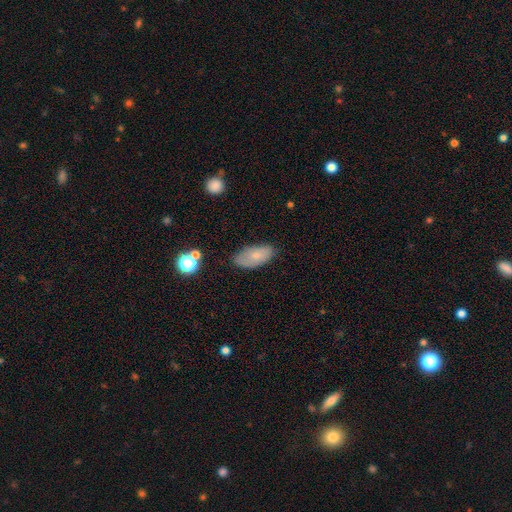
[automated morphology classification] A smooth galaxy with no disk features (70%) that is in between round and cigar-shaped (91%).

Vote fractions:
- Smooth or featured? smooth: 70% / featured or disk: 21% / star or artifact: 9%
- How rounded? in between: 91% / cigar-shaped: 5% / round: 4%
- Merging? none: 72% / minor disturbance: 21% / major disturbance: 5% / merger: 2%